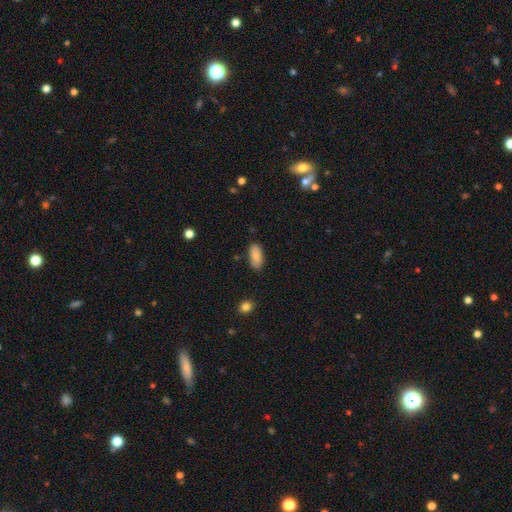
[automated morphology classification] smooth 85%, featured or disk 8%, star or artifact 7%. Down the decision tree: how rounded — in between (90%); merging — none (83%).